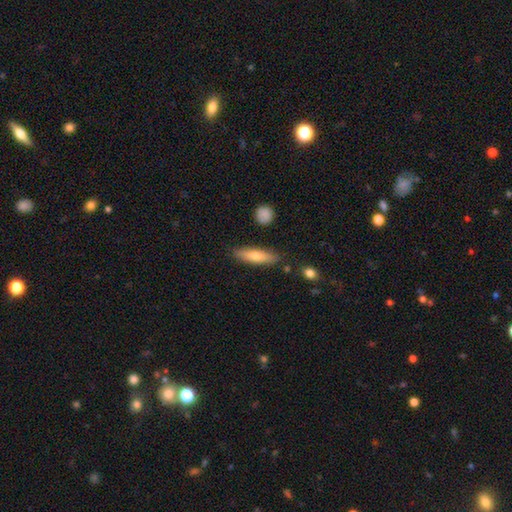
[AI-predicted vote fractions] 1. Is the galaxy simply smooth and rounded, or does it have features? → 67% smooth, 27% featured or disk, 6% star or artifact.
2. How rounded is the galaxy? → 65% cigar-shaped, 33% in between, 2% round.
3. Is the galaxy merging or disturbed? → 84% none, 11% minor disturbance, 3% merger, 2% major disturbance.